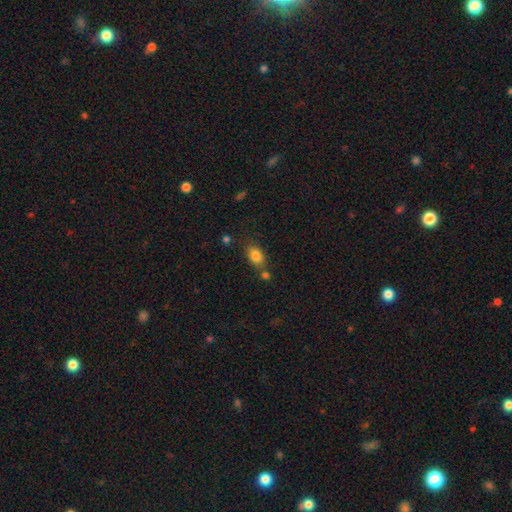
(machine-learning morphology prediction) type=smooth (83%); roundness=in between (80%); merging=none (65%).